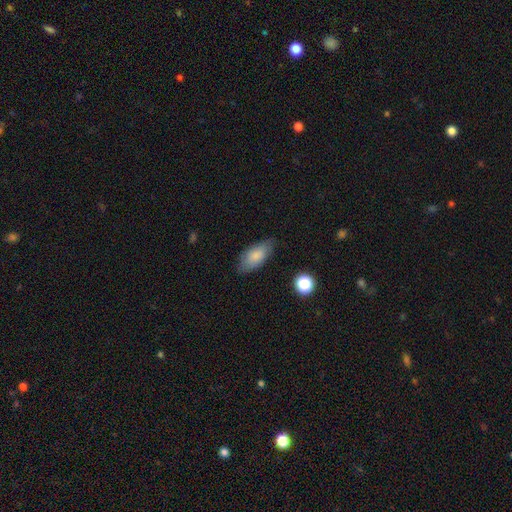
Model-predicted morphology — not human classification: Smooth or featured? Predicted: smooth (p=0.81). How rounded? Predicted: in between (p=0.88). Merging? Predicted: none (p=0.73).